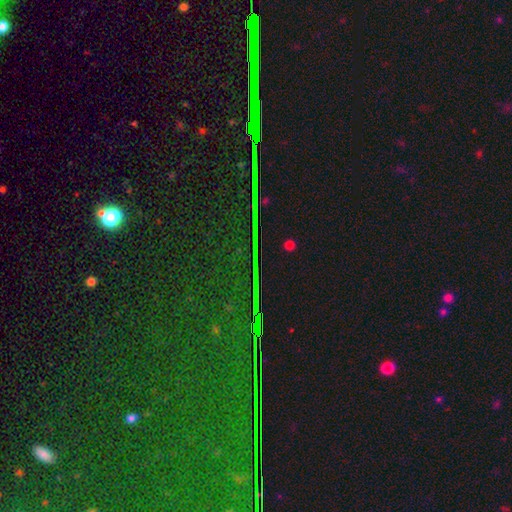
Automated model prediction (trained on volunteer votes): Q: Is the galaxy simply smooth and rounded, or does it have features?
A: star or artifact — 84%.